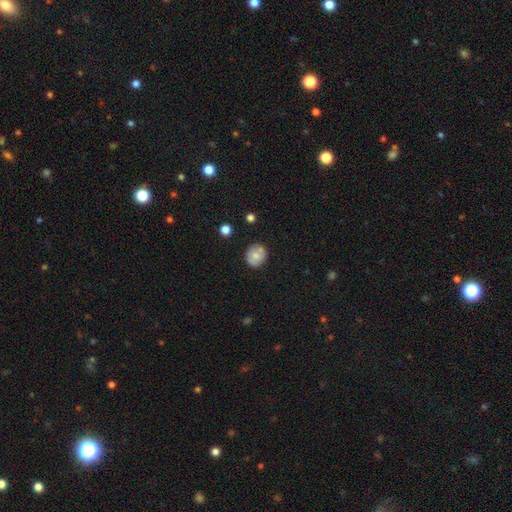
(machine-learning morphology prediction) The model was most divided on "how rounded": round: 74%, in between: 25%, cigar-shaped: 1%. More confident: smooth or featured — smooth (76%); merging — none (73%).